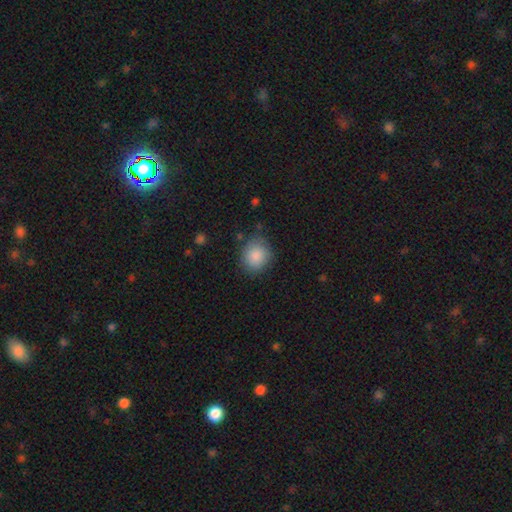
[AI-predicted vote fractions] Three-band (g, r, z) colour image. It shows a smooth galaxy with no disk features (87%) that is round (72%). Merging: none (78%).